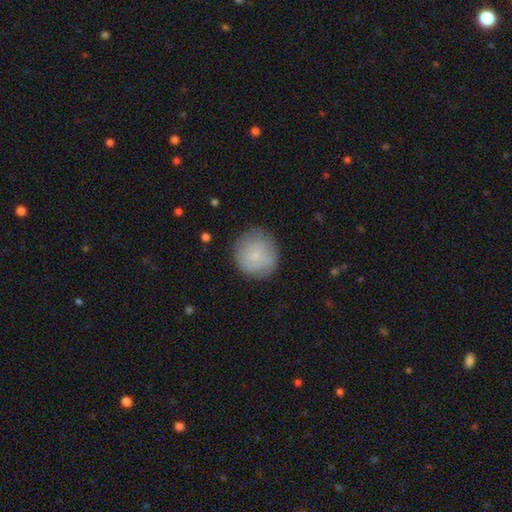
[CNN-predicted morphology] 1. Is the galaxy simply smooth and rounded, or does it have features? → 78% smooth, 15% featured or disk, 7% star or artifact.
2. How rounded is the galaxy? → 93% round, 6% in between, 1% cigar-shaped.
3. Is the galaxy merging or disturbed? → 79% none, 15% minor disturbance, 4% major disturbance, 1% merger.